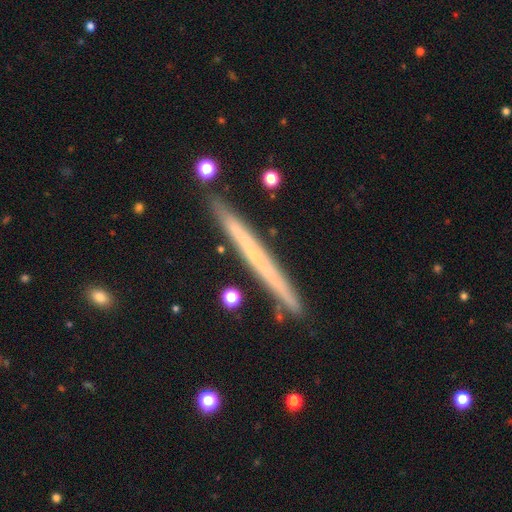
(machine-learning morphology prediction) Q: Smooth or featured?
A: featured or disk (56%); runner-up: smooth (38%)
Q: Edge-on disk?
A: yes (96%); runner-up: no (4%)
Q: Edge-on bulge?
A: none (87%); runner-up: rounded (11%)
Q: Merging?
A: none (88%); runner-up: minor disturbance (8%)